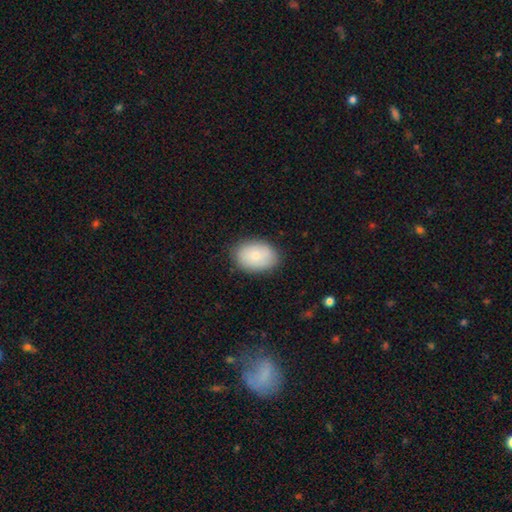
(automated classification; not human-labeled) Q: Smooth or featured?
A: smooth (77%); runner-up: featured or disk (16%)
Q: How rounded?
A: in between (81%); runner-up: round (18%)
Q: Merging?
A: none (84%); runner-up: minor disturbance (13%)